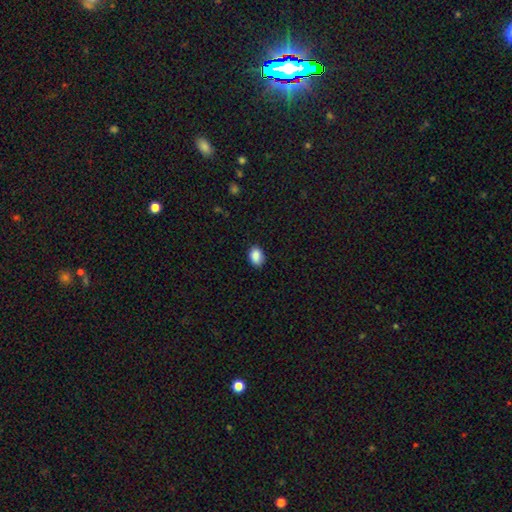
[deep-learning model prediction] Smooth or featured?
  - smooth: 89% *
  - star or artifact: 8%
  - featured or disk: 3%
How rounded?
  - in between: 77% *
  - round: 22%
  - cigar-shaped: 1%
Merging?
  - none: 85% *
  - minor disturbance: 12%
  - major disturbance: 2%
  - merger: 1%